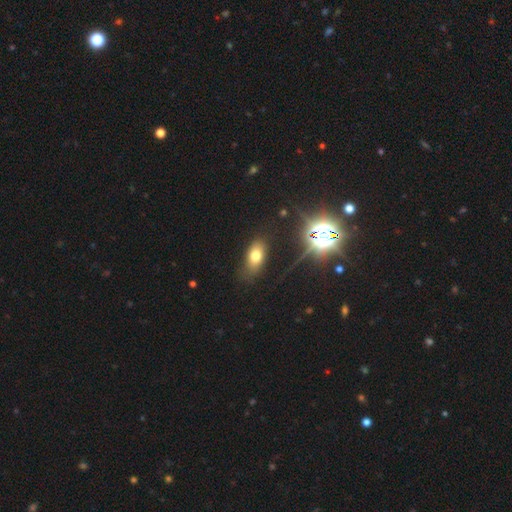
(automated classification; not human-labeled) The model was most divided on "smooth or featured": smooth: 69%, star or artifact: 17%, featured or disk: 13%. More confident: how rounded — in between (87%); merging — none (79%).